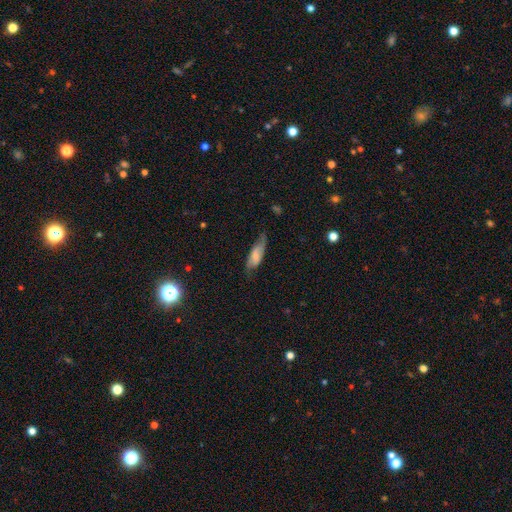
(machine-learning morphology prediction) This is possibly a smooth galaxy (58%). How rounded: likely in between (66%). Merging: possibly none (57%).